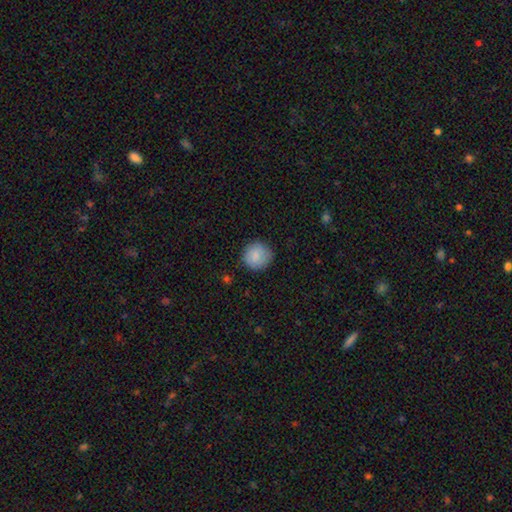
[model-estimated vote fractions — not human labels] Smooth or featured? Predicted: smooth (p=0.87). How rounded? Predicted: round (p=0.93). Merging? Predicted: none (p=0.85).